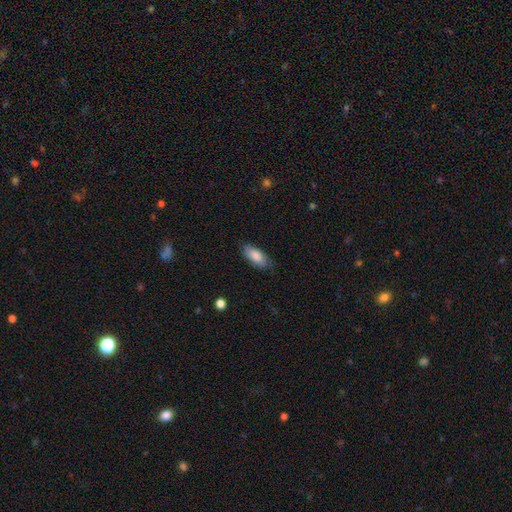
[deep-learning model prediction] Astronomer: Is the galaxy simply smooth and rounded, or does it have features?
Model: smooth — 85%.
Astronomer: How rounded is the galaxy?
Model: in between — 88%.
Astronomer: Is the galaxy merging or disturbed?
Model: none — 78%.